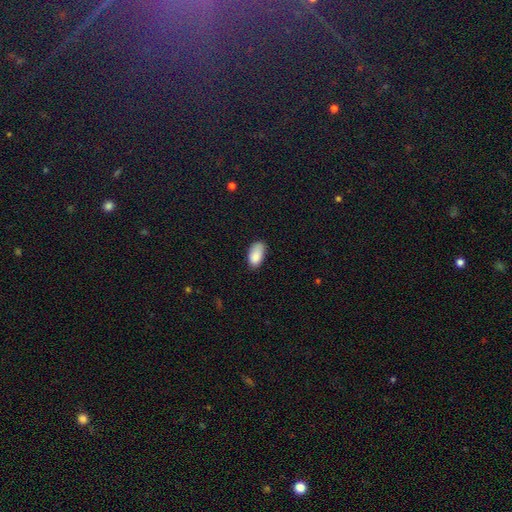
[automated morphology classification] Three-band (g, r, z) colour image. It shows a smooth galaxy with no disk features (87%) that is in between round and cigar-shaped (94%). Merging: none (67%).